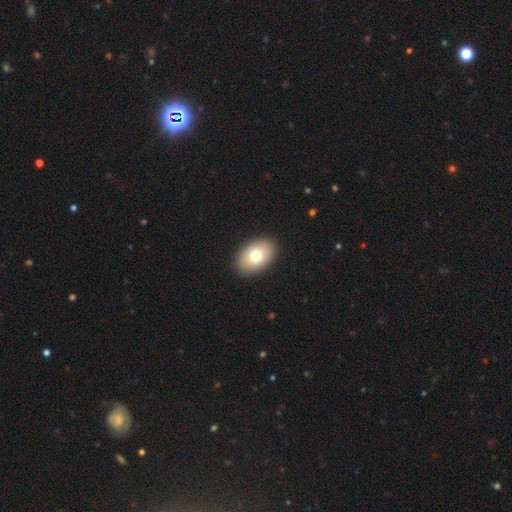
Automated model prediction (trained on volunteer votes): This appears to be a smooth galaxy with no disk features (76%) that is in between round and cigar-shaped (89%). Merging: none (90%).